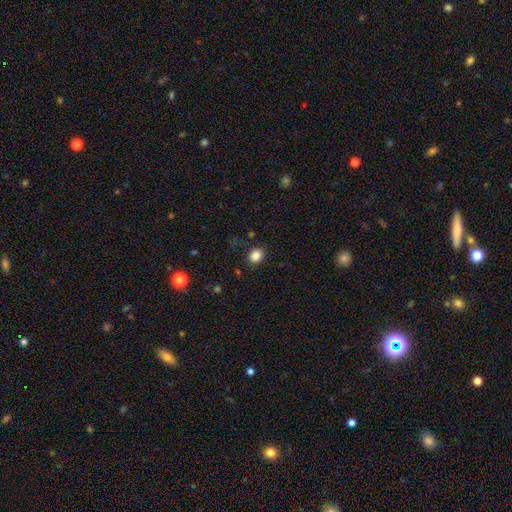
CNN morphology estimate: A smooth galaxy with no disk features (85%) that is in between round and cigar-shaped (55%).

Vote fractions:
- Smooth or featured? smooth: 85% / star or artifact: 10% / featured or disk: 4%
- How rounded? in between: 55% / round: 44% / cigar-shaped: 1%
- Merging? none: 84% / minor disturbance: 11% / major disturbance: 3% / merger: 2%